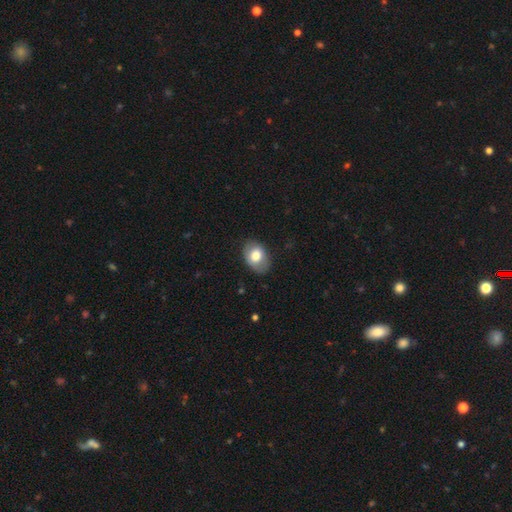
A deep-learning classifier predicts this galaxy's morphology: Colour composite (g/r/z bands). It shows a smooth galaxy with no disk features (74%) that is in between round and cigar-shaped (79%). Merging: none (79%).